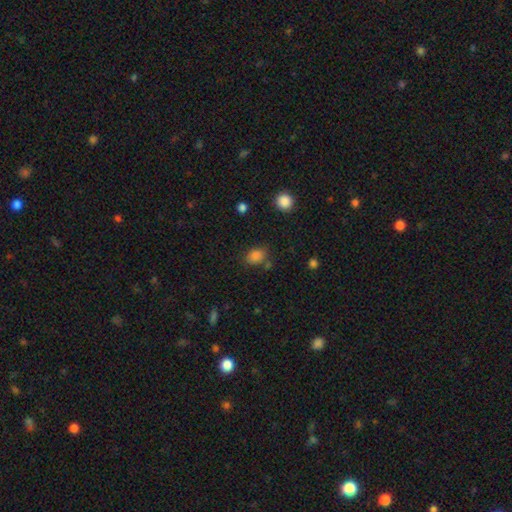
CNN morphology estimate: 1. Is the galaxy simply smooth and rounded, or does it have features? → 83% smooth, 12% star or artifact, 5% featured or disk.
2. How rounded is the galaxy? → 59% in between, 39% round, 1% cigar-shaped.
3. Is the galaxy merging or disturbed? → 71% none, 16% minor disturbance, 8% merger, 5% major disturbance.